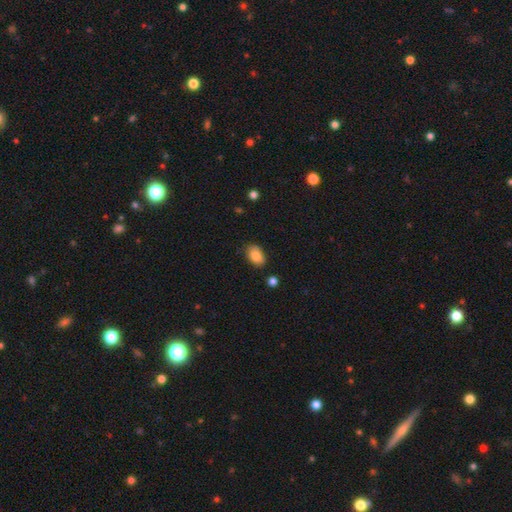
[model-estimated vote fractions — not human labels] Smooth or featured?
  - smooth: 84% *
  - featured or disk: 8%
  - star or artifact: 8%
How rounded?
  - in between: 89% *
  - round: 10%
  - cigar-shaped: 1%
Merging?
  - none: 80% *
  - minor disturbance: 15%
  - major disturbance: 3%
  - merger: 2%